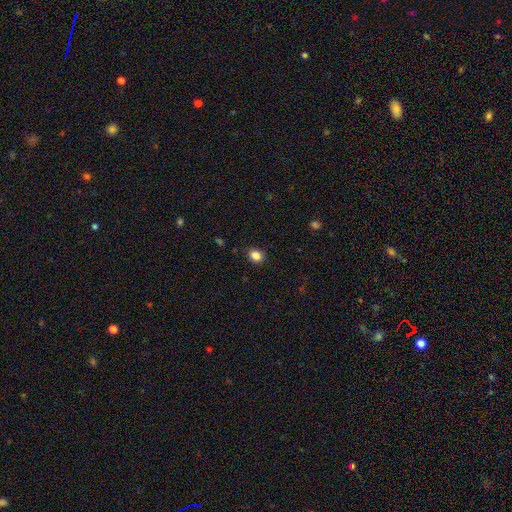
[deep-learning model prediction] Smooth or featured? smooth (85%)
How rounded? round (57%)
Merging? none (89%)